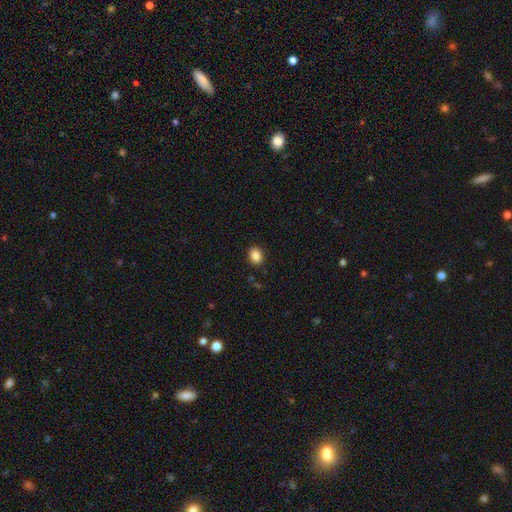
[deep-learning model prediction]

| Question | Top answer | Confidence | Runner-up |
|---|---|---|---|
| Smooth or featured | smooth | 86% | star or artifact (9%) |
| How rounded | in between | 51% | round (48%) |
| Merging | none | 89% | minor disturbance (7%) |